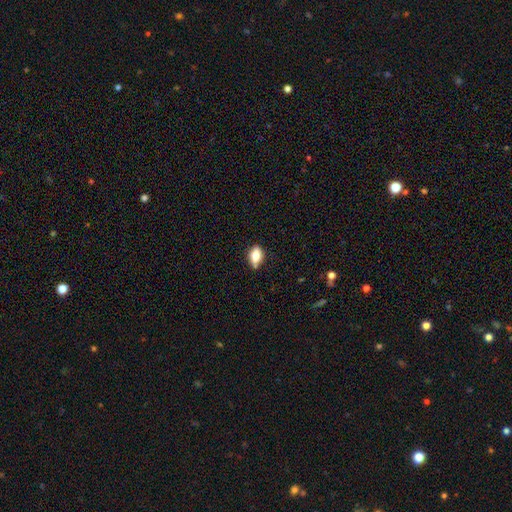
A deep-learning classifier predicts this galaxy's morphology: Smooth or featured? smooth (71%)
How rounded? in between (83%)
Merging? none (69%)